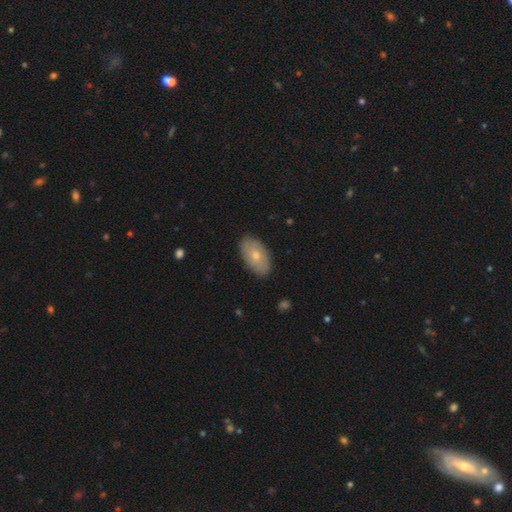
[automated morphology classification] Smooth or featured? smooth (67%)
How rounded? in between (94%)
Merging? none (86%)